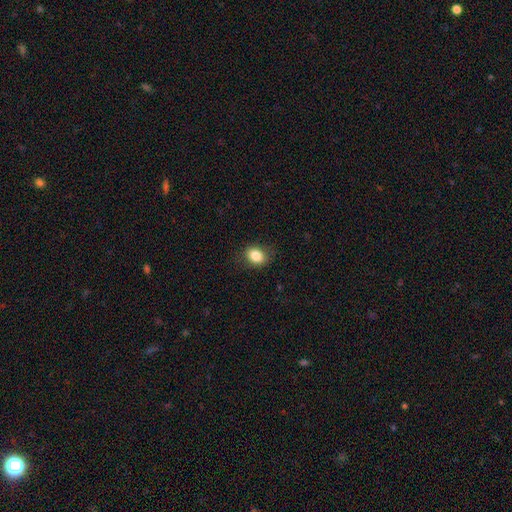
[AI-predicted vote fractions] A smooth galaxy with no disk features (85%) that is in between round and cigar-shaped (64%).

Vote fractions:
- Smooth or featured? smooth: 85% / star or artifact: 9% / featured or disk: 6%
- How rounded? in between: 64% / round: 34% / cigar-shaped: 1%
- Merging? none: 84% / minor disturbance: 12% / major disturbance: 3% / merger: 1%